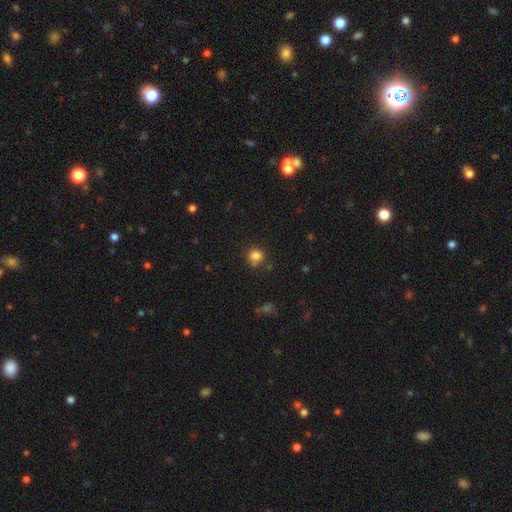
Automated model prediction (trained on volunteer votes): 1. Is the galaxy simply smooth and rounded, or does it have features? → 82% smooth, 13% star or artifact, 6% featured or disk.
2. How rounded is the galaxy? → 85% round, 14% in between, 1% cigar-shaped.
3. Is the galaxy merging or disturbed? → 70% none, 18% minor disturbance, 8% merger, 5% major disturbance.